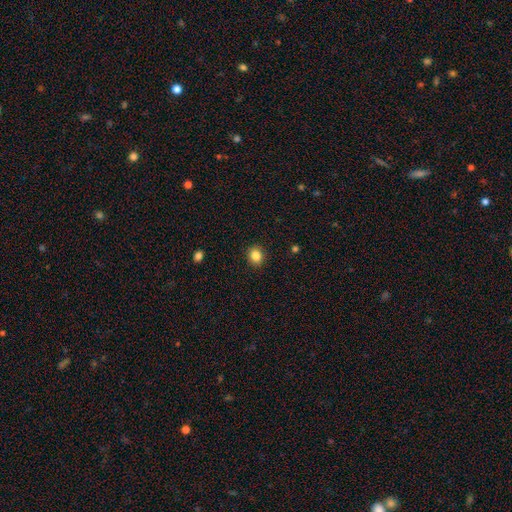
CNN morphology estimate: smooth 85%, star or artifact 11%, featured or disk 5%. Down the decision tree: how rounded — round (67%); merging — none (91%).